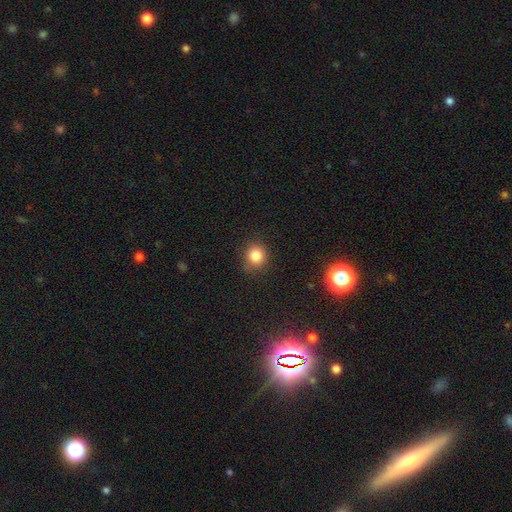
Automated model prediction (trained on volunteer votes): A smooth galaxy with no disk features (83%) that is round (82%).

Vote fractions:
- Smooth or featured? smooth: 83% / star or artifact: 12% / featured or disk: 5%
- How rounded? round: 82% / in between: 17% / cigar-shaped: 1%
- Merging? none: 83% / minor disturbance: 12% / major disturbance: 3% / merger: 2%